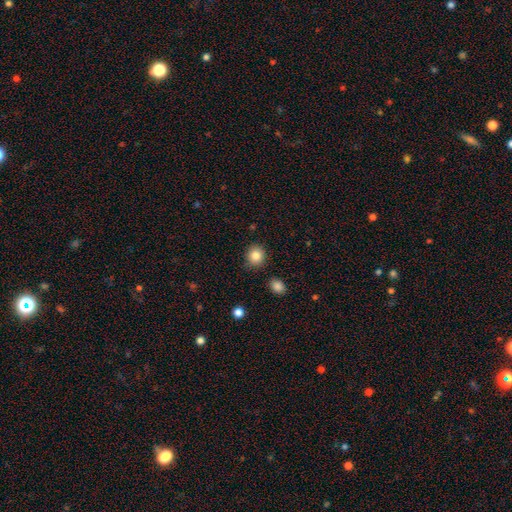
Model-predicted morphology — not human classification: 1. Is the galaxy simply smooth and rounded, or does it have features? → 84% smooth, 10% star or artifact, 6% featured or disk.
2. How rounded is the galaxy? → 84% round, 15% in between, 1% cigar-shaped.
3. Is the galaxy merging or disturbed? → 87% none, 8% minor disturbance, 2% major disturbance, 2% merger.